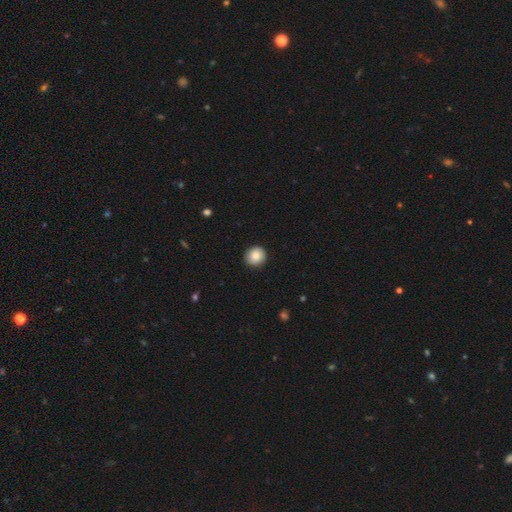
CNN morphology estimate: type=smooth (86%); roundness=round (89%); merging=none (91%).